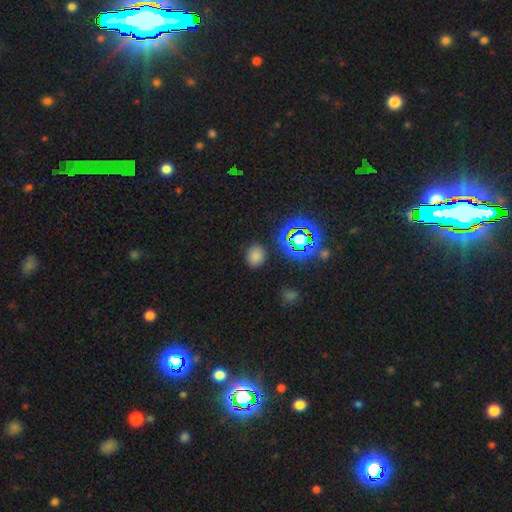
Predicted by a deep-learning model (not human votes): A smooth galaxy with no disk features (71%) that is round (68%).

Vote fractions:
- Smooth or featured? smooth: 71% / star or artifact: 23% / featured or disk: 6%
- How rounded? round: 68% / in between: 31% / cigar-shaped: 1%
- Merging? none: 85% / minor disturbance: 10% / major disturbance: 3% / merger: 2%